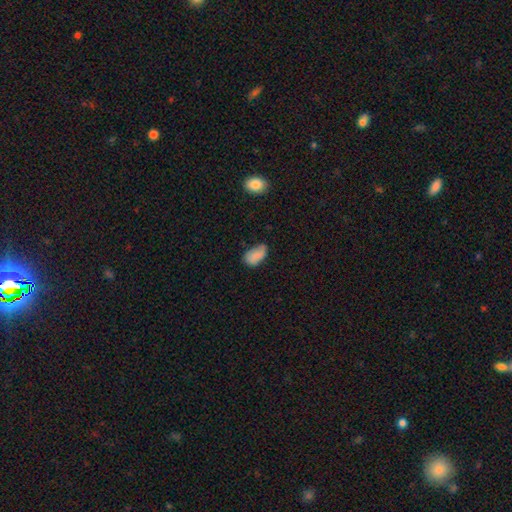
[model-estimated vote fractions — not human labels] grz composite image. It shows a smooth galaxy with no disk features (80%) that is in between round and cigar-shaped (92%). Merging: none (52%).